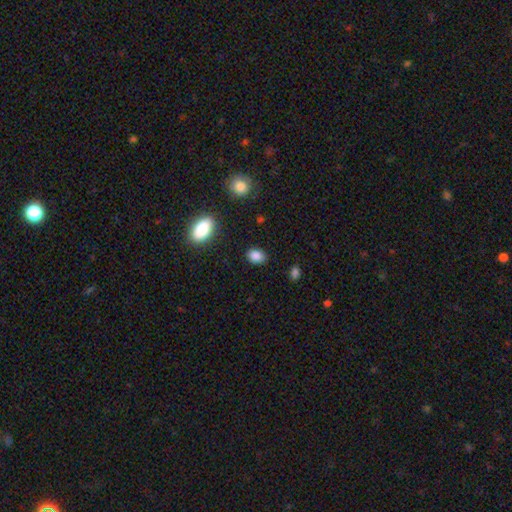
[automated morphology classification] This appears to be a smooth galaxy with no disk features (87%) that is in between round and cigar-shaped (74%). Merging: none (85%).